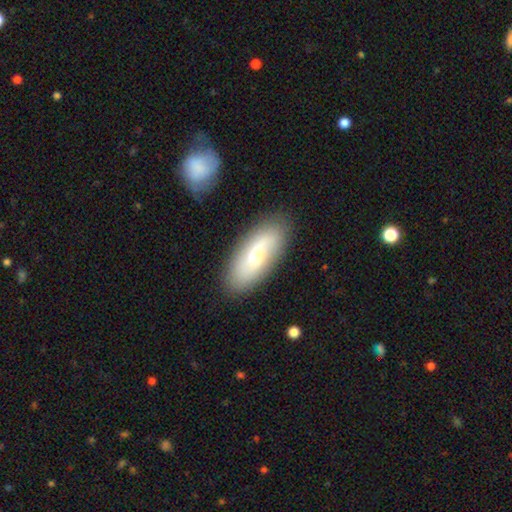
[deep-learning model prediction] Q: Smooth or featured?
A: smooth (50%); runner-up: featured or disk (43%)
Q: How rounded?
A: in between (81%); runner-up: cigar-shaped (16%)
Q: Merging?
A: none (83%); runner-up: minor disturbance (11%)